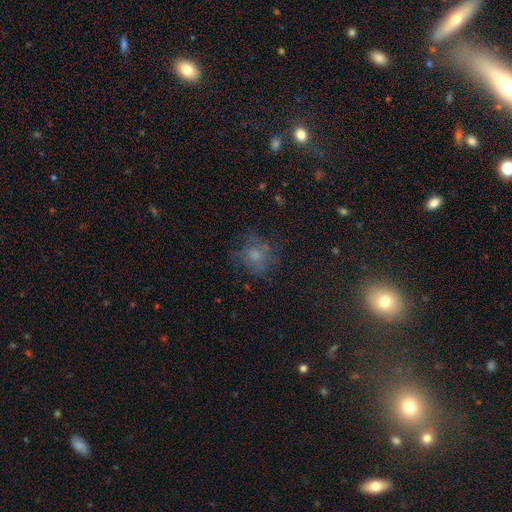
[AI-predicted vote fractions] This is possibly a smooth galaxy (55%). How rounded: likely round (73%). Merging: likely none (63%).